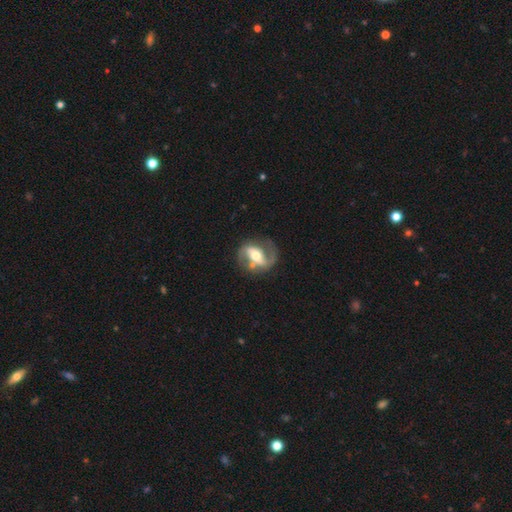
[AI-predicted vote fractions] Smooth or featured: featured or disk — 84% (smooth — 11%)
Edge-on disk: no — 97% (yes — 3%)
Bar: strong — 45% (weak — 32%)
Spiral arms: yes — 91% (no — 9%)
Spiral winding: medium — 49% (loose — 33%)
Spiral arm count: 2 — 83% (1 — 10%)
Bulge size: moderate — 68% (small — 18%)
Merging: none — 69% (minor disturbance — 16%)